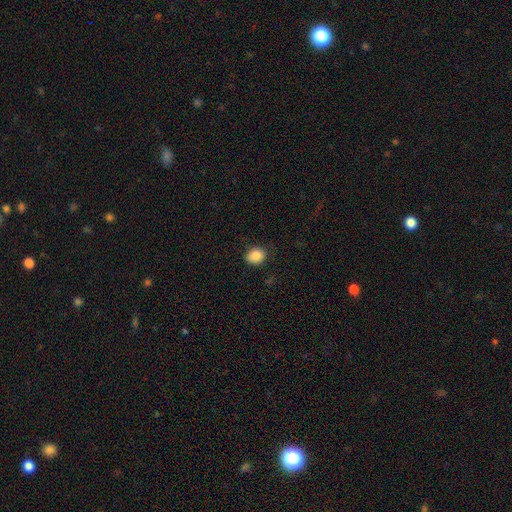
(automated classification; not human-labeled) This is clearly a smooth galaxy (86%). How rounded: possibly round (55%). Merging: clearly none (84%).